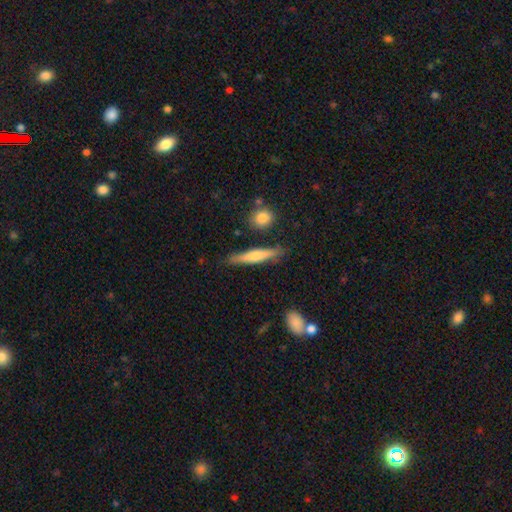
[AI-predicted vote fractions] Smooth or featured: smooth — 56% (featured or disk — 37%)
How rounded: cigar-shaped — 89% (in between — 9%)
Merging: none — 83% (minor disturbance — 12%)